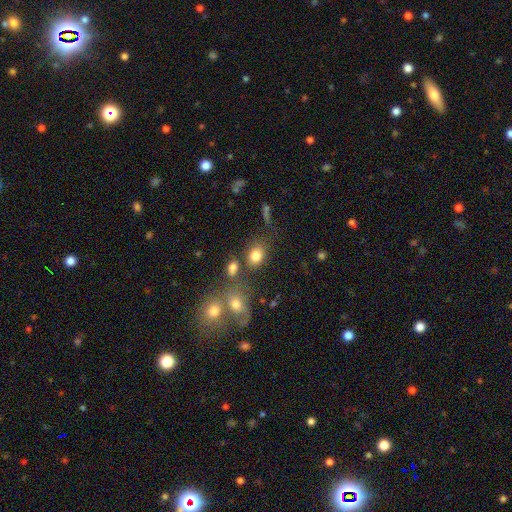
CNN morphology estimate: Overall: smooth (80%). How rounded: in between (54%; round 44%). Merging: none (62%).